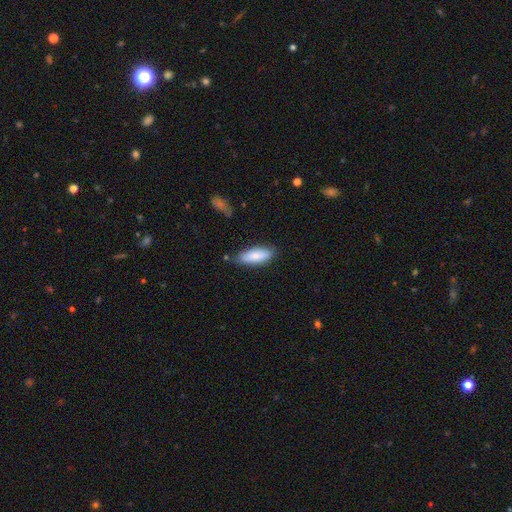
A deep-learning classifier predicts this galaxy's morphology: smooth 81%, featured or disk 13%, star or artifact 6%. Down the decision tree: how rounded — in between (70%); merging — none (78%).